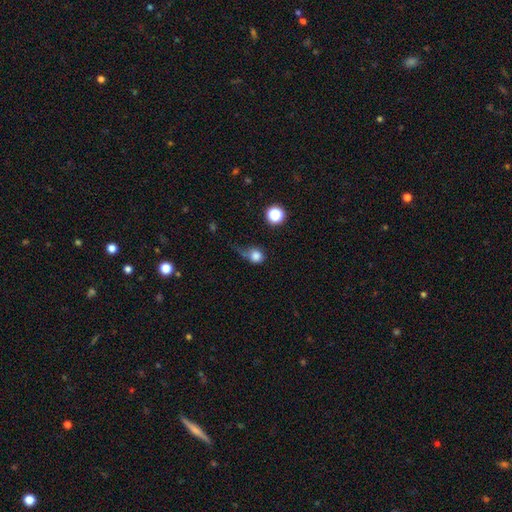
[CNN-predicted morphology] Q: Smooth or featured?
A: smooth (79%); runner-up: star or artifact (12%)
Q: How rounded?
A: round (76%); runner-up: in between (23%)
Q: Merging?
A: none (34%); runner-up: minor disturbance (31%)